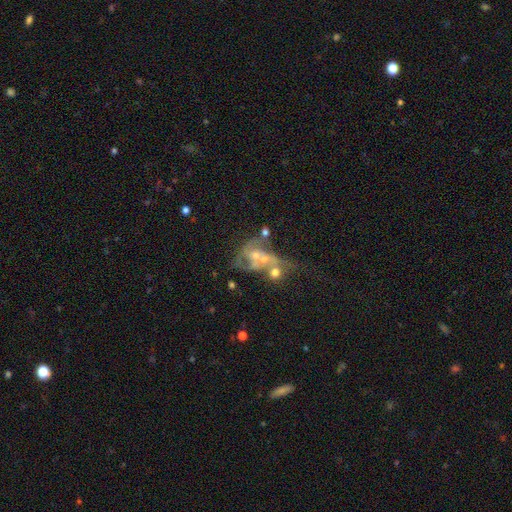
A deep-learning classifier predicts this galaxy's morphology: Q: Smooth or featured?
A: featured or disk (66%); runner-up: smooth (19%)
Q: Edge-on disk?
A: no (97%); runner-up: yes (3%)
Q: Bar?
A: no (76%); runner-up: weak (18%)
Q: Spiral arms?
A: yes (53%); runner-up: no (47%)
Q: Bulge size?
A: small (49%); runner-up: moderate (32%)
Q: Merging?
A: merger (44%); runner-up: major disturbance (26%)